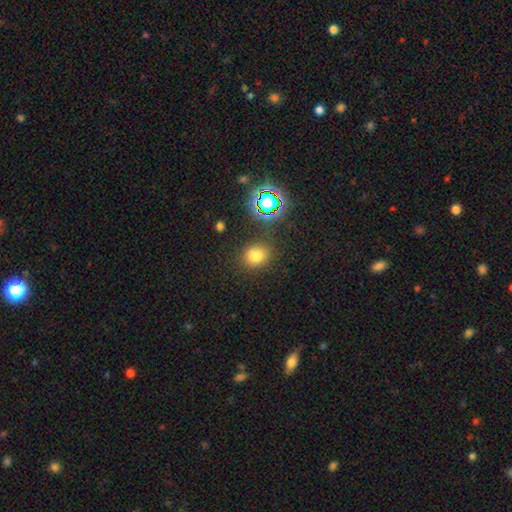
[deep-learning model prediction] Morphology: type=smooth (73%); roundness=round (65%); merging=none (78%).